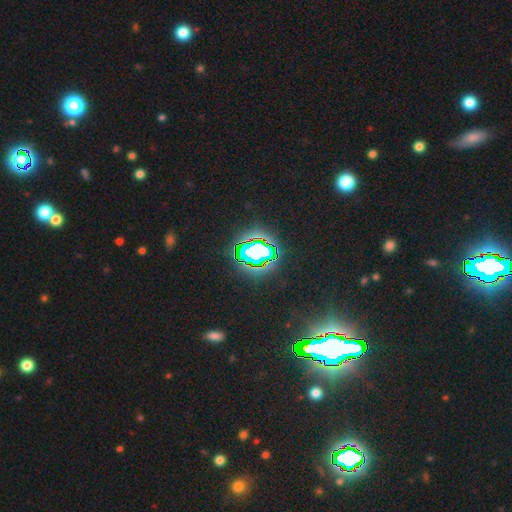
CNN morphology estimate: A star or artifact, not a galaxy (70%).